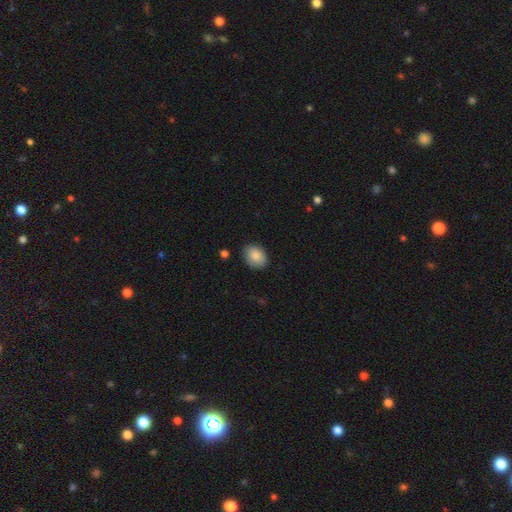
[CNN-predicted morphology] Smooth or featured: smooth — 87% (star or artifact — 7%)
How rounded: in between — 68% (round — 31%)
Merging: none — 81% (minor disturbance — 14%)